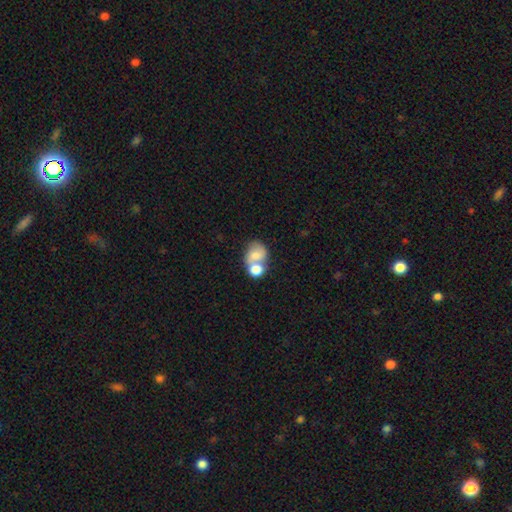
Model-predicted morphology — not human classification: smooth_or_featured: smooth (p=0.62) [alt: featured or disk p=0.30]
how_rounded: in between (p=0.50) [alt: round p=0.49]
merging: merger (p=0.64) [alt: none p=0.21]